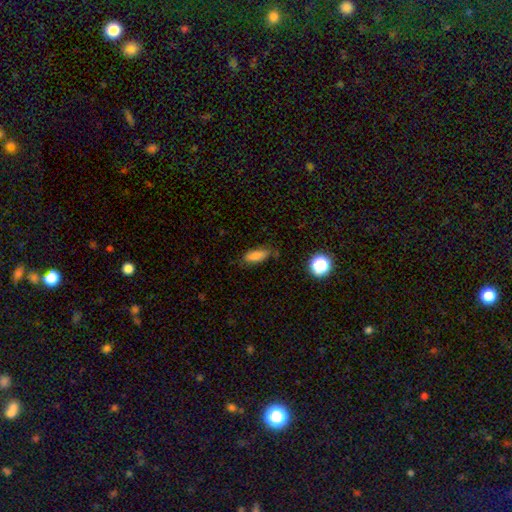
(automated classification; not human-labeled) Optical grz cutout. It shows a smooth galaxy with no disk features (80%) that is in between round and cigar-shaped (75%). Merging: none (70%).